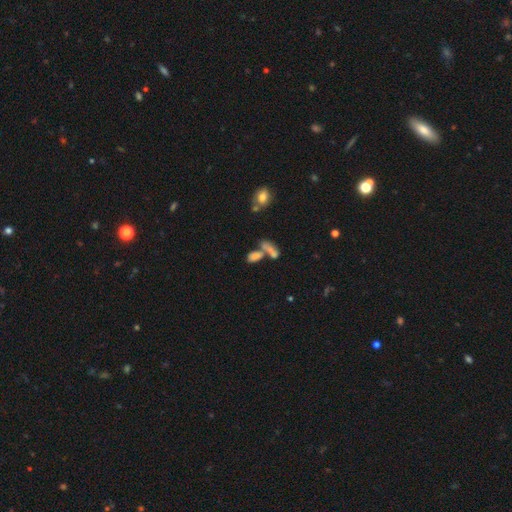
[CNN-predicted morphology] A smooth galaxy with no disk features (65%) that is in between round and cigar-shaped (64%). Merging: merger (52%).